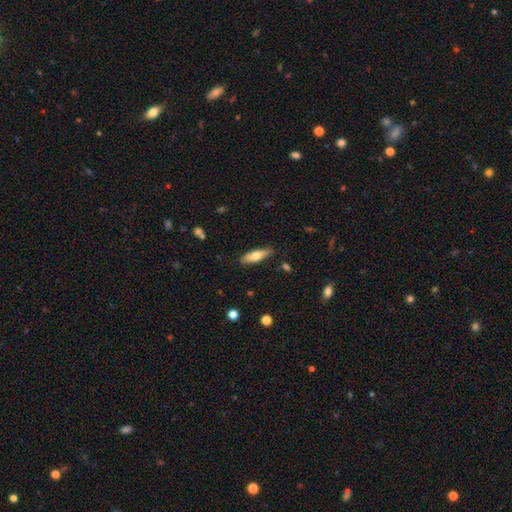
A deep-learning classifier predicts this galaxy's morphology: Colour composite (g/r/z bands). It shows a smooth galaxy with no disk features (67%) that is cigar-shaped (52%). Merging: none (84%).